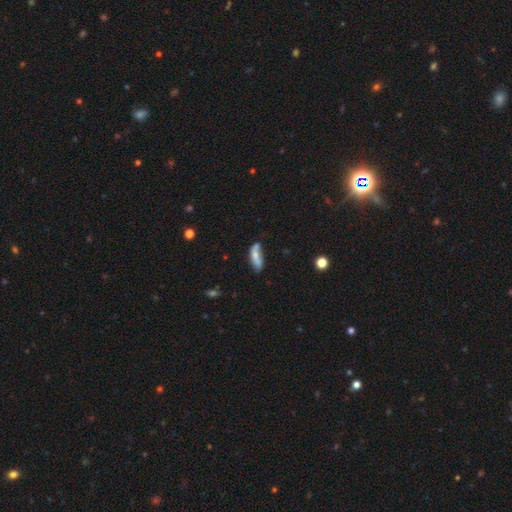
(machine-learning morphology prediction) The model was most divided on "merging": none: 47%, minor disturbance: 31%, major disturbance: 12%, merger: 11%. More confident: smooth or featured — smooth (61%); how rounded — in between (59%).